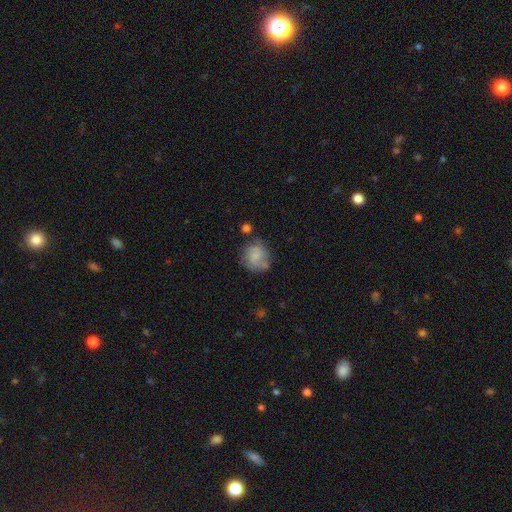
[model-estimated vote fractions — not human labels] Overall: smooth (71%). How rounded: round (80%). Merging: none (57%; minor disturbance 24%).